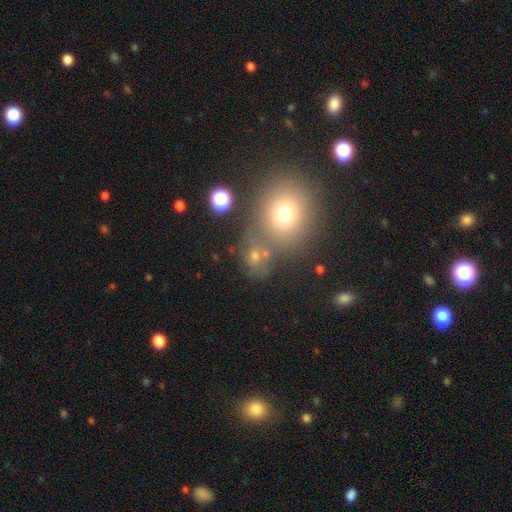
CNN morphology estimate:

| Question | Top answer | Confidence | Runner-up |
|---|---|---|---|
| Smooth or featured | smooth | 55% | star or artifact (29%) |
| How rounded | round | 69% | in between (29%) |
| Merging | none | 53% | merger (26%) |